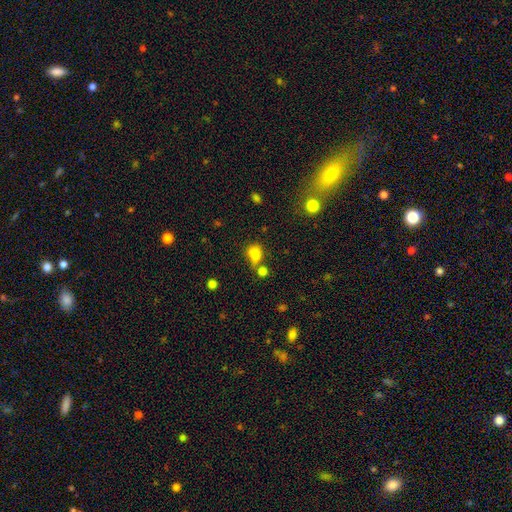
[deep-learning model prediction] smooth-or-featured: smooth: 79% | star or artifact: 14% | featured or disk: 7%
  how-rounded: in between: 62% | round: 36% | cigar-shaped: 2%
  merging: none: 39% | merger: 33% | minor disturbance: 18% | major disturbance: 11%